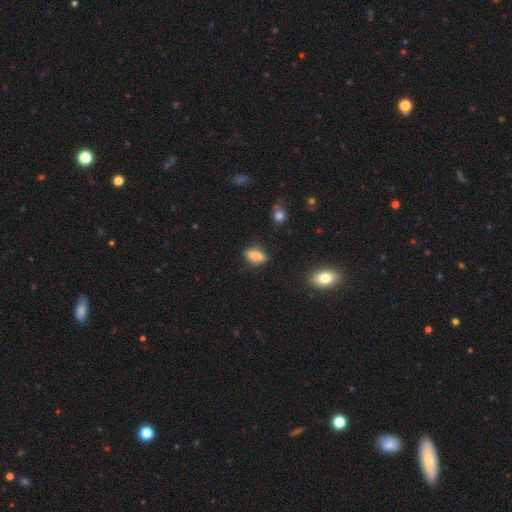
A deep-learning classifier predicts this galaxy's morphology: smooth 74%, featured or disk 16%, star or artifact 10%. Down the decision tree: how rounded — in between (55%); merging — none (77%).